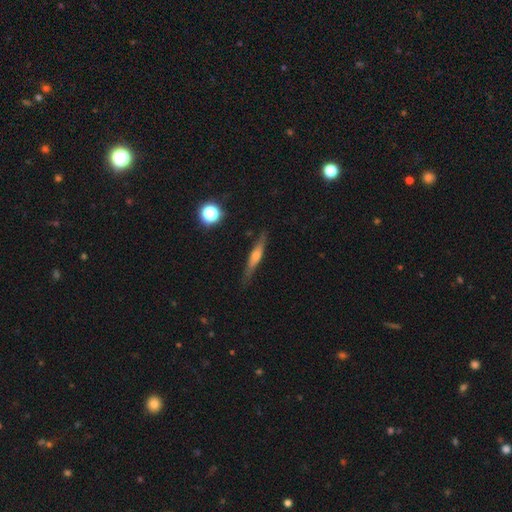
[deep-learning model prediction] smooth-or-featured: featured or disk: 56% | smooth: 36% | star or artifact: 8%
  disk-edge-on: yes: 95% | no: 5%
    edge-on-bulge: rounded: 78% | none: 11% | boxy: 11%
  merging: none: 85% | minor disturbance: 11% | major disturbance: 2% | merger: 2%